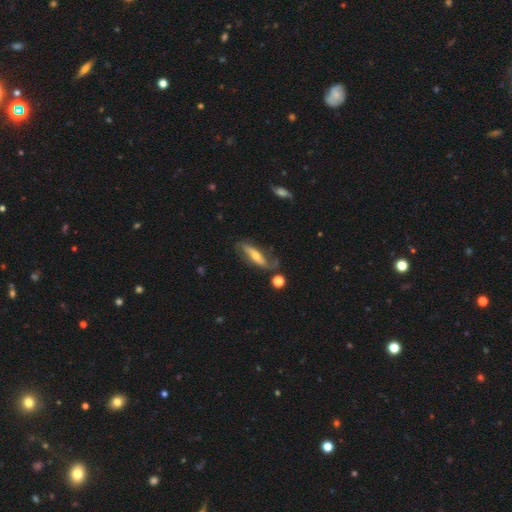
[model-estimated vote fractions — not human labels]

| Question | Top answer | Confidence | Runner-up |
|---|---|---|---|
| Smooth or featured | featured or disk | 67% | smooth (25%) |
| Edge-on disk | no | 66% | yes (34%) |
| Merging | none | 61% | minor disturbance (22%) |